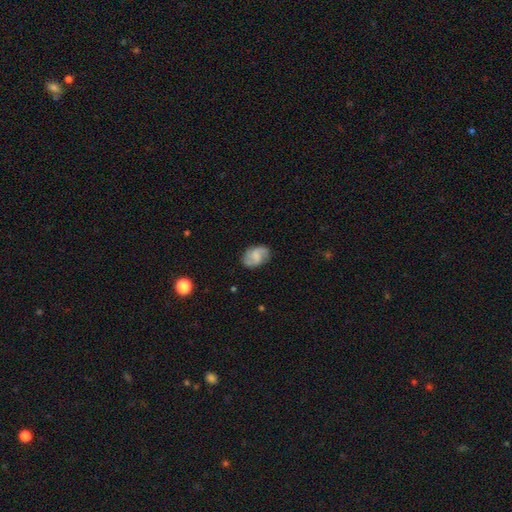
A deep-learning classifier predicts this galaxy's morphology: Overall: featured or disk (48%; smooth 44%). Merging: none (78%).